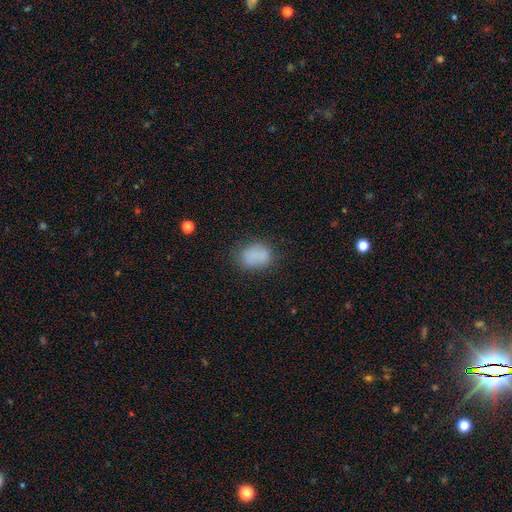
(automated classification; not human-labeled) smooth_or_featured: smooth (p=0.81) [alt: star or artifact p=0.10]
how_rounded: in between (p=0.69) [alt: round p=0.29]
merging: none (p=0.66) [alt: minor disturbance p=0.22]